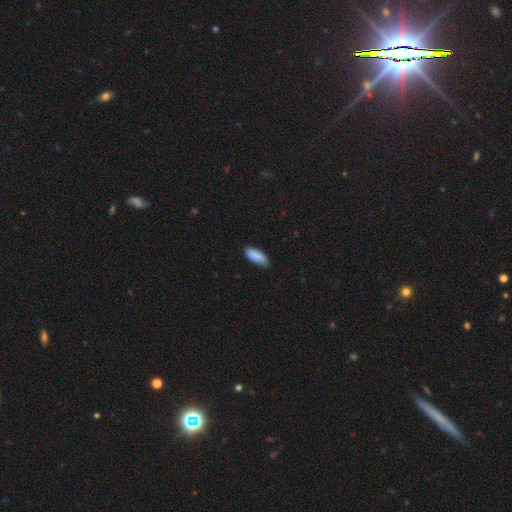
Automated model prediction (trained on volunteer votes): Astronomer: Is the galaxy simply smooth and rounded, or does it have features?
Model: smooth — 90%.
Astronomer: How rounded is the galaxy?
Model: in between — 78%.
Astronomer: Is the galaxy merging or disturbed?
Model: none — 83%.